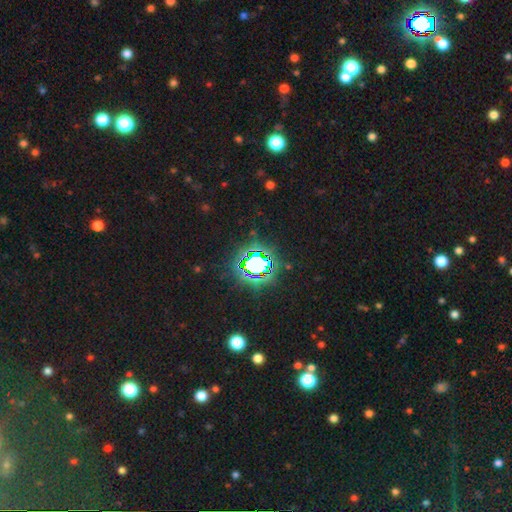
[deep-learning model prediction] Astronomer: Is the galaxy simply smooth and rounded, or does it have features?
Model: star or artifact — 75%.